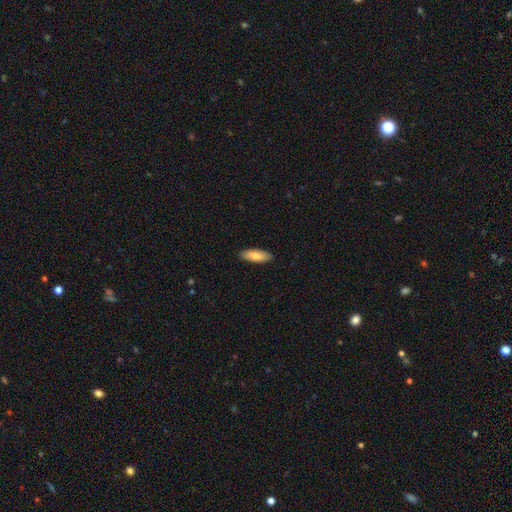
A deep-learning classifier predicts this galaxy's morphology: type=smooth (81%); roundness=in between (67%); merging=none (89%).